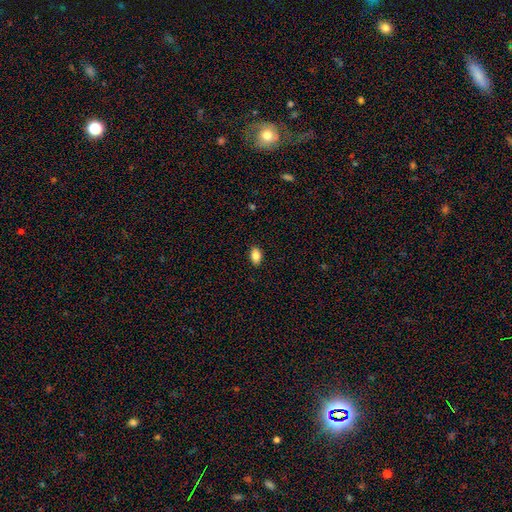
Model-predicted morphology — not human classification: The model was most divided on "how rounded": in between: 88%, round: 10%, cigar-shaped: 2%. More confident: merging — none (88%); smooth or featured — smooth (86%).